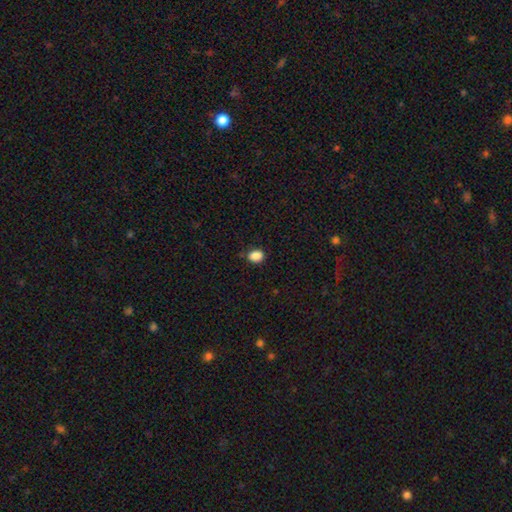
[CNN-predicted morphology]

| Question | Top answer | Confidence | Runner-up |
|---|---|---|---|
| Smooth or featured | smooth | 88% | star or artifact (10%) |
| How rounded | in between | 61% | round (38%) |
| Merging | none | 80% | minor disturbance (15%) |